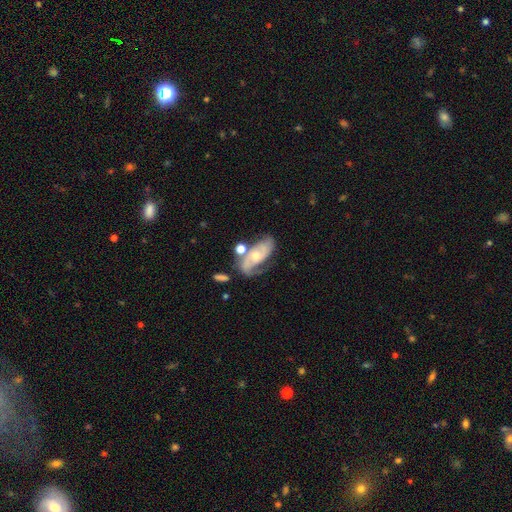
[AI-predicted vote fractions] A featured or disk galaxy (76%) with no bar (64%), 2 (72%) medium (44%) spiral arms (91%) and a moderate central bulge (52%).

Vote fractions:
- Smooth or featured? featured or disk: 76% / smooth: 18% / star or artifact: 6%
- Edge-on disk? no: 94% / yes: 6%
- Bar? no: 64% / weak: 28% / strong: 8%
- Spiral arms? yes: 91% / no: 9%
- Spiral winding? medium: 44% / tight: 33% / loose: 24%
- Spiral arm count? 2: 72% / can't tell: 13% / 1: 9% / 3: 4% / 4: 1% / more than 4: 1%
- Bulge size? moderate: 52% / small: 41% / large: 3% / none: 2% / dominant: 1%
- Merging? none: 49% / minor disturbance: 22% / merger: 15% / major disturbance: 14%